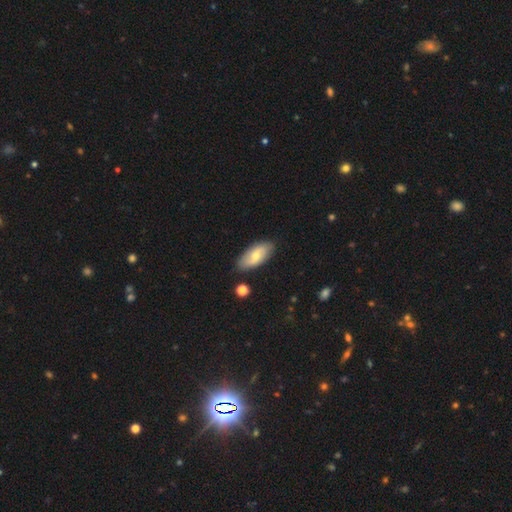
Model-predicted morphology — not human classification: The model was most divided on "smooth or featured": smooth: 55%, featured or disk: 39%, star or artifact: 6%. More confident: how rounded — in between (89%); merging — none (84%).